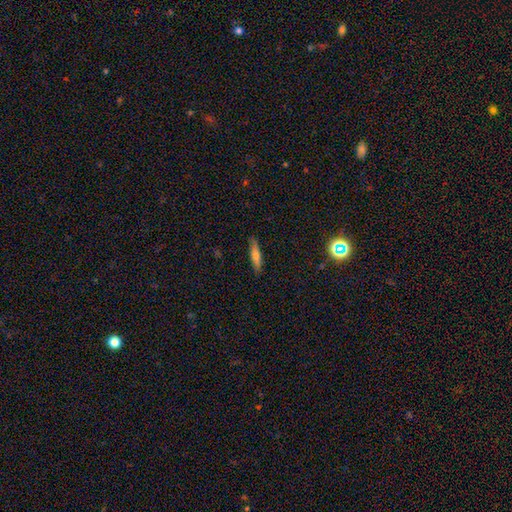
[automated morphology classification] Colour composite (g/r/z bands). It shows a smooth galaxy with no disk features (59%) that is cigar-shaped (80%). Merging: none (87%).